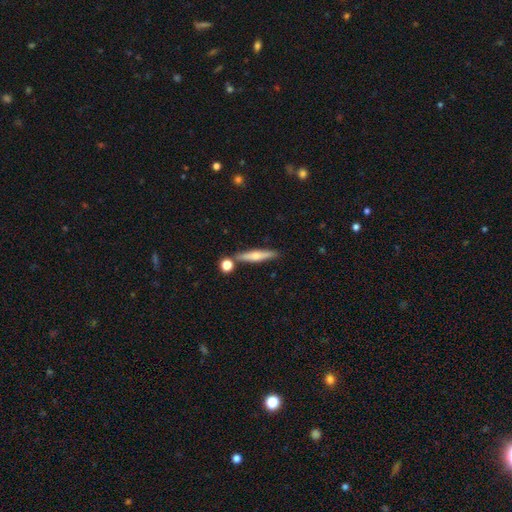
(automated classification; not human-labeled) A featured or disk galaxy (48%).

Vote fractions:
- Smooth or featured? featured or disk: 48% / smooth: 46% / star or artifact: 6%
- Merging? none: 78% / minor disturbance: 10% / merger: 10% / major disturbance: 2%